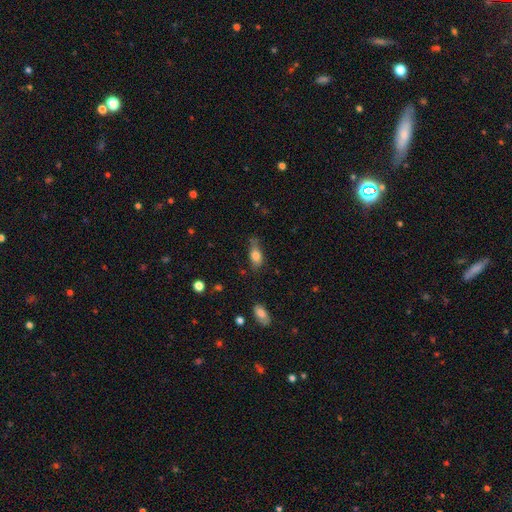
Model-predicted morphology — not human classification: A smooth galaxy with no disk features (77%) that is in between round and cigar-shaped (83%).

Vote fractions:
- Smooth or featured? smooth: 77% / featured or disk: 14% / star or artifact: 8%
- How rounded? in between: 83% / cigar-shaped: 12% / round: 5%
- Merging? none: 61% / minor disturbance: 28% / major disturbance: 7% / merger: 3%